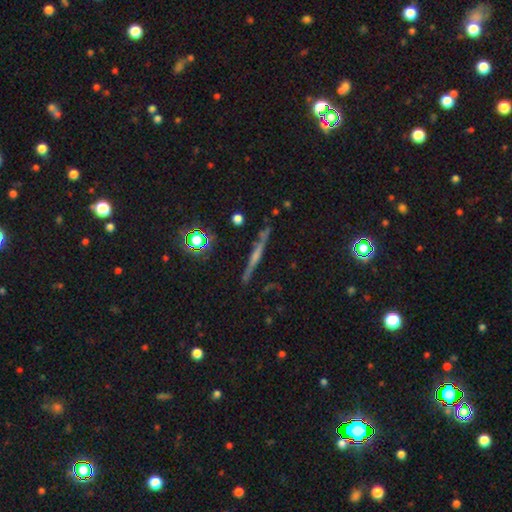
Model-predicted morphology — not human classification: Smooth or featured? featured or disk (62%)
Edge-on disk? yes (96%)
Edge-on bulge? rounded (49%)
Merging? none (86%)